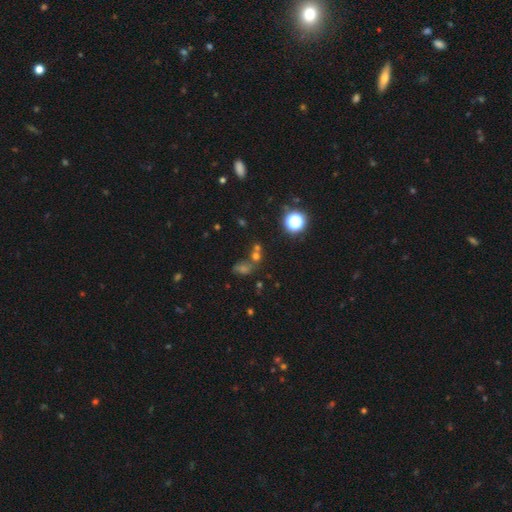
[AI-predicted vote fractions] Morphology: type=smooth (47%); merging=none (43%).